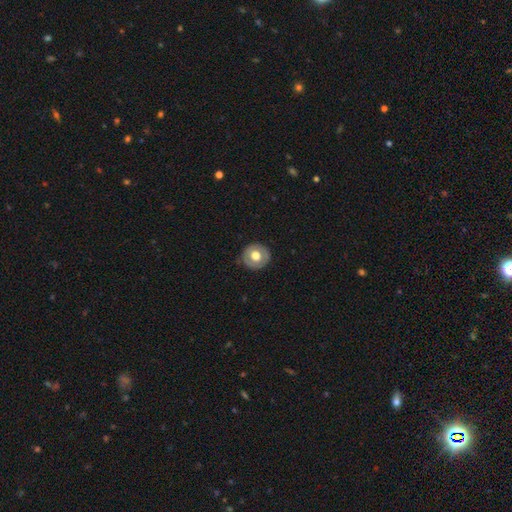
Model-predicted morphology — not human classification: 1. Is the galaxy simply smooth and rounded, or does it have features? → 56% smooth, 38% featured or disk, 7% star or artifact.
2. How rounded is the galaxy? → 88% round, 11% in between, 1% cigar-shaped.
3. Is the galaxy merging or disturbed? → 86% none, 10% minor disturbance, 3% major disturbance, 1% merger.